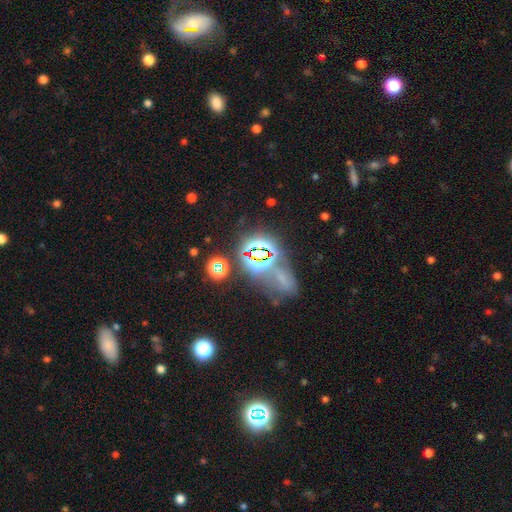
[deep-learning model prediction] The model was most divided on "smooth or featured": star or artifact: 70%, smooth: 17%, featured or disk: 13%.